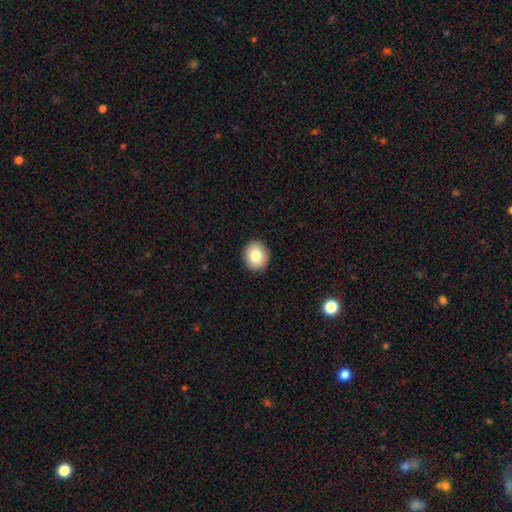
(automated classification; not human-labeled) A smooth galaxy with no disk features (82%) that is round (76%). Merging: none (91%).